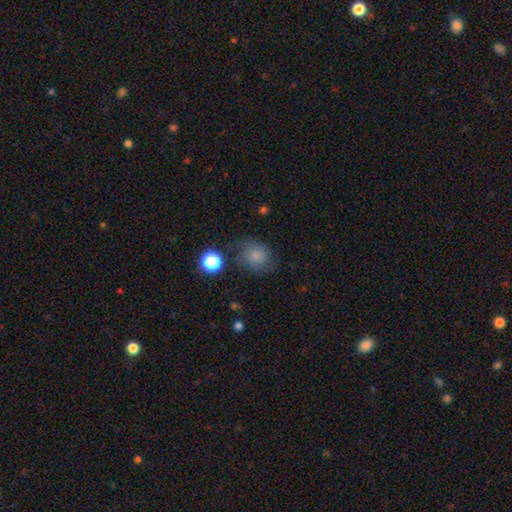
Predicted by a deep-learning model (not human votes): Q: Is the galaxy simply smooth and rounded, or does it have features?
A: smooth — 65%.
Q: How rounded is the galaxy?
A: round — 77%.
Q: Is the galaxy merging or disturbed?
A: none — 62%.